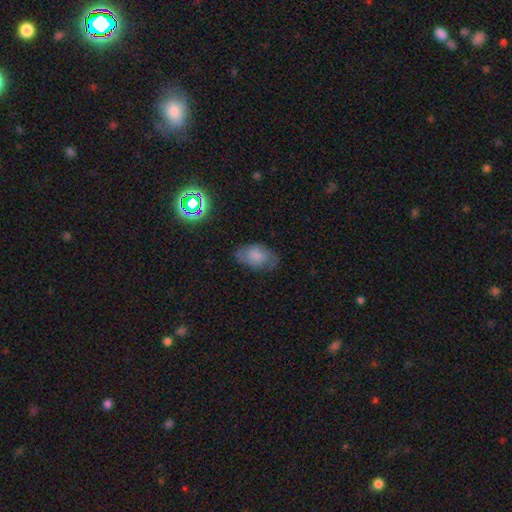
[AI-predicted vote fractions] A smooth galaxy with no disk features (66%) that is in between round and cigar-shaped (90%). Merging: none (63%).